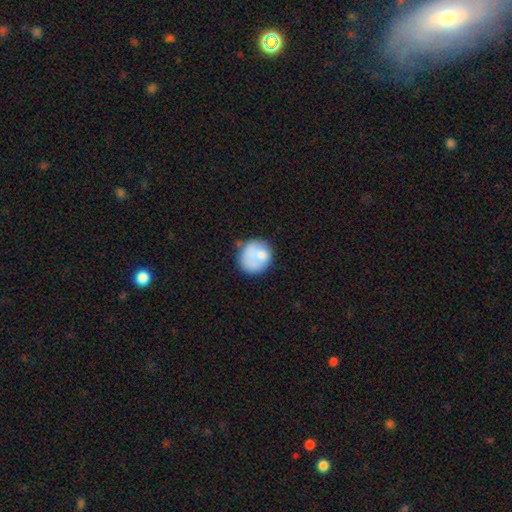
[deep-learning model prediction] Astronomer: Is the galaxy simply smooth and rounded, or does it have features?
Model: smooth — 71%.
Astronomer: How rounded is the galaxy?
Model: round — 84%.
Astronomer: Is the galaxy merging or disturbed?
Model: none — 56%.